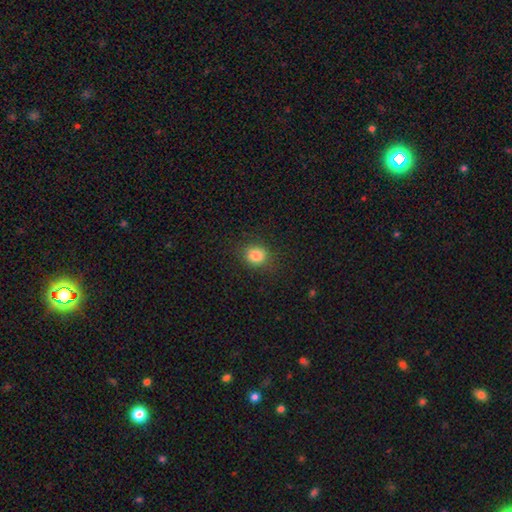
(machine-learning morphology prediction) type=smooth (83%); roundness=round (73%); merging=none (86%).